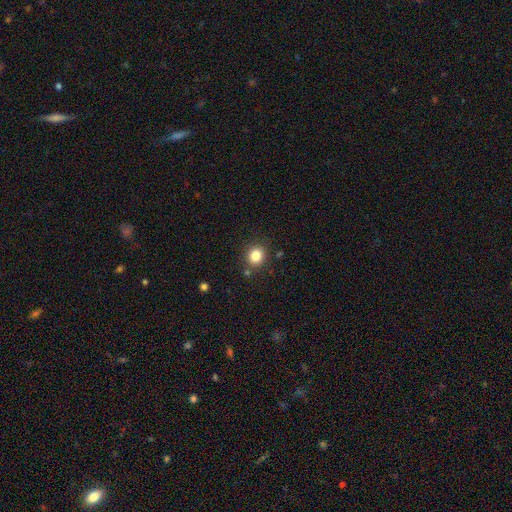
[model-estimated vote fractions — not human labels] smooth_or_featured: smooth (p=0.83) [alt: star or artifact p=0.12]
how_rounded: round (p=0.81) [alt: in between p=0.18]
merging: none (p=0.85) [alt: minor disturbance p=0.09]